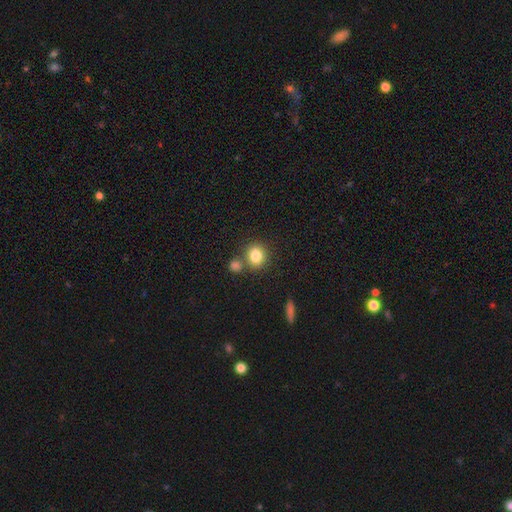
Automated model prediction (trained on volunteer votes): Smooth or featured: smooth — 83% (star or artifact — 10%)
How rounded: round — 76% (in between — 23%)
Merging: none — 69% (merger — 18%)